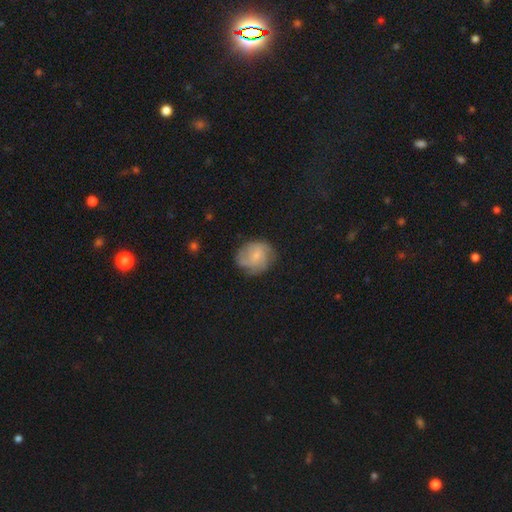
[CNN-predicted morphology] A featured or disk galaxy (51%). Merging: none (69%).